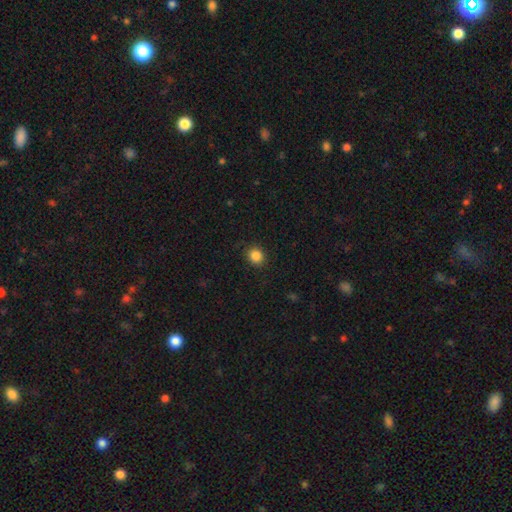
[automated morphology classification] A smooth galaxy with no disk features (86%) that is round (83%).

Vote fractions:
- Smooth or featured? smooth: 86% / star or artifact: 11% / featured or disk: 4%
- How rounded? round: 83% / in between: 16% / cigar-shaped: 1%
- Merging? none: 89% / minor disturbance: 8% / major disturbance: 2% / merger: 1%